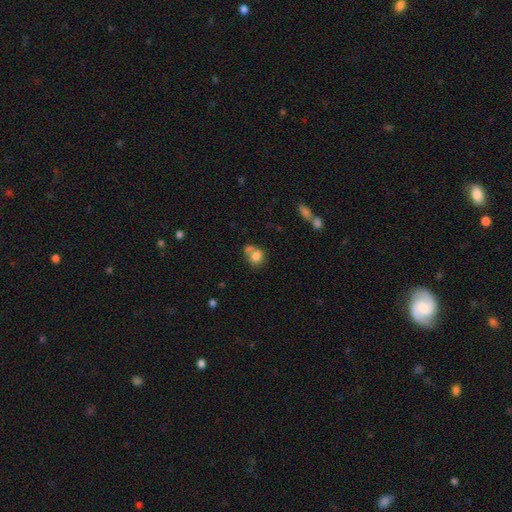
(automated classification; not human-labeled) A smooth galaxy with no disk features (78%) that is round (62%).

Vote fractions:
- Smooth or featured? smooth: 78% / featured or disk: 12% / star or artifact: 10%
- How rounded? round: 62% / in between: 37% / cigar-shaped: 1%
- Merging? merger: 39% / none: 38% / minor disturbance: 15% / major disturbance: 8%